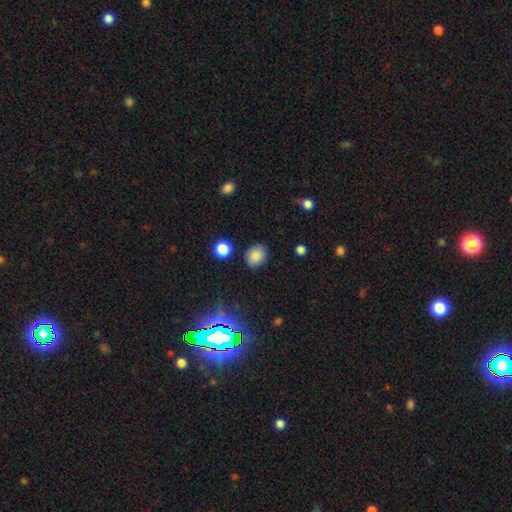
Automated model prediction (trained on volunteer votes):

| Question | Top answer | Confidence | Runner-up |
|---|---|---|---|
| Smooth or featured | smooth | 82% | star or artifact (12%) |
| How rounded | round | 52% | in between (47%) |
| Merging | none | 84% | minor disturbance (11%) |